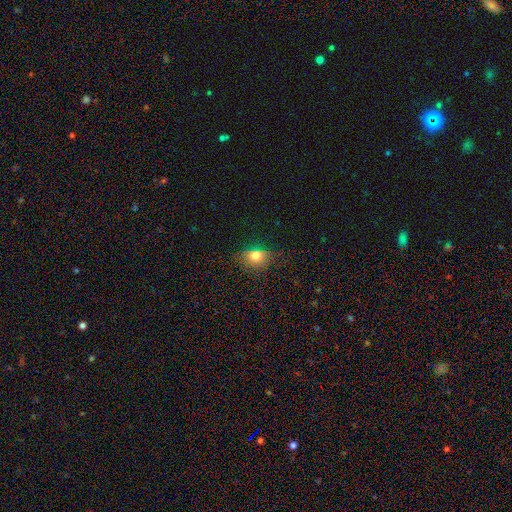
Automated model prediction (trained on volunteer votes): Morphology: type=smooth (74%); roundness=round (56%); merging=none (75%).